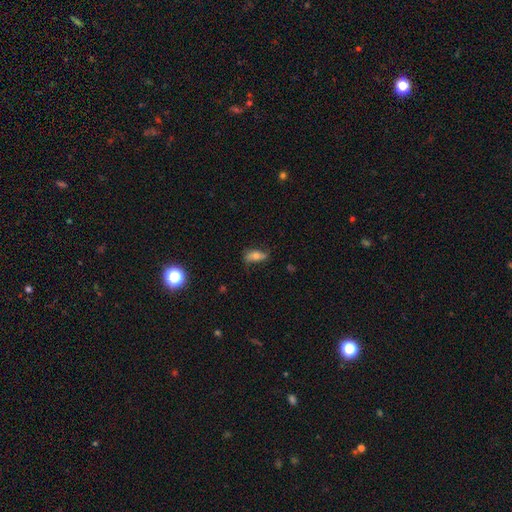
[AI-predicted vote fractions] Morphology: type=smooth (62%); roundness=in between (79%); merging=none (63%).